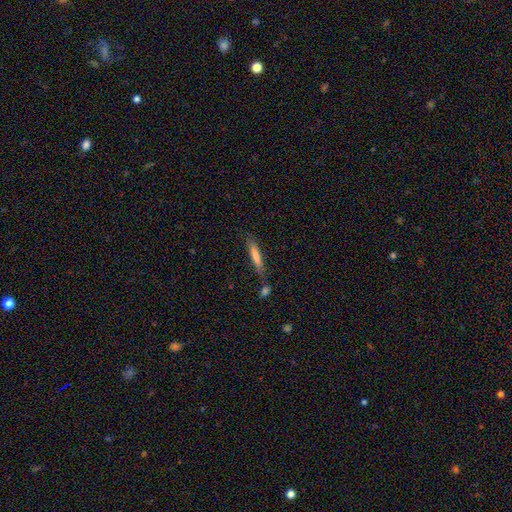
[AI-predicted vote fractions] A smooth galaxy with no disk features (67%) that is cigar-shaped (91%).

Vote fractions:
- Smooth or featured? smooth: 67% / featured or disk: 26% / star or artifact: 7%
- How rounded? cigar-shaped: 91% / in between: 7% / round: 1%
- Merging? none: 77% / minor disturbance: 13% / merger: 7% / major disturbance: 3%